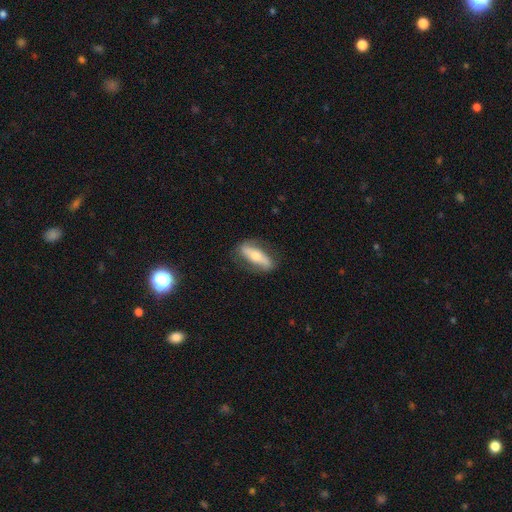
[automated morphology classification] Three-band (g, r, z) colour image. It shows a featured or disk galaxy (50%). Merging: none (79%).